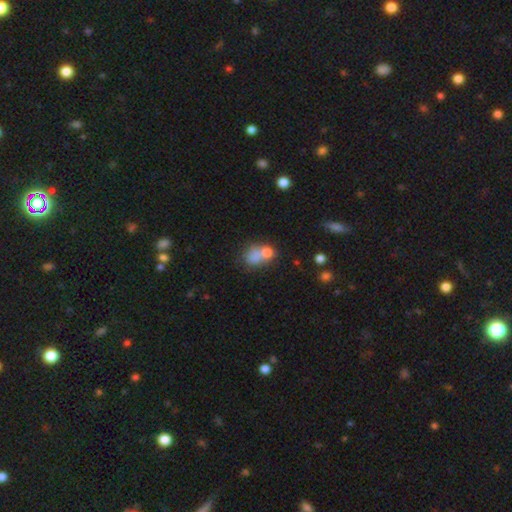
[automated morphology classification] type=smooth (72%); roundness=in between (56%); merging=merger (40%).